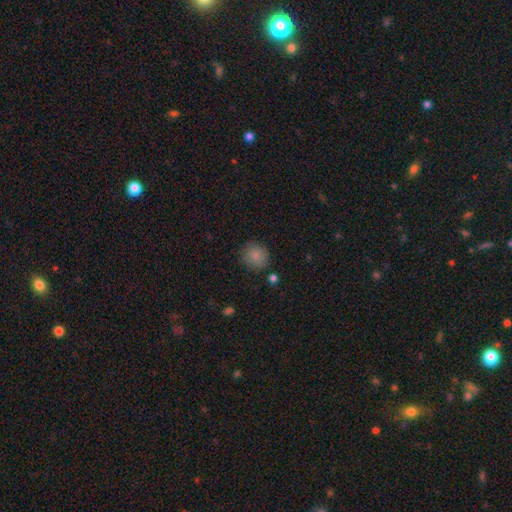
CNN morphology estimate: type=smooth (85%); roundness=round (83%); merging=none (82%).